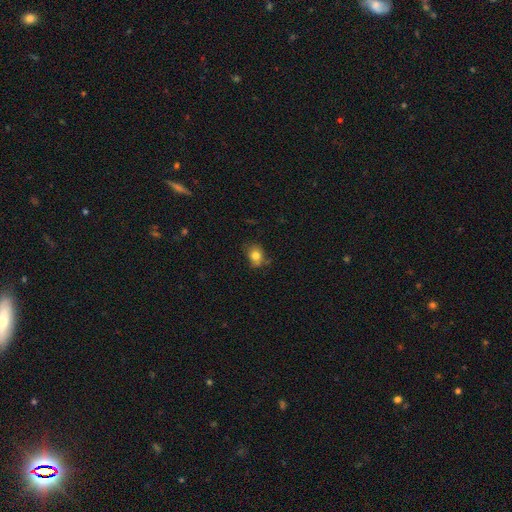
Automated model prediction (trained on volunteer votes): smooth-or-featured: smooth: 78% | featured or disk: 11% | star or artifact: 11%
  how-rounded: round: 51% | in between: 48% | cigar-shaped: 1%
  merging: none: 63% | minor disturbance: 27% | major disturbance: 7% | merger: 3%